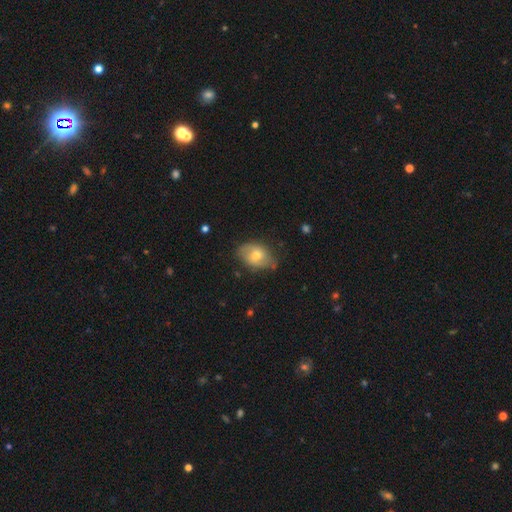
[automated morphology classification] type=smooth (61%); roundness=in between (77%); merging=none (67%).